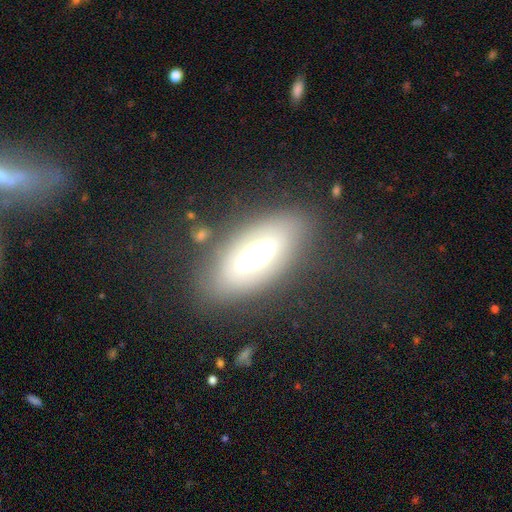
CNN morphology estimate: This appears to be a featured or disk galaxy (50%). Merging: none (74%).